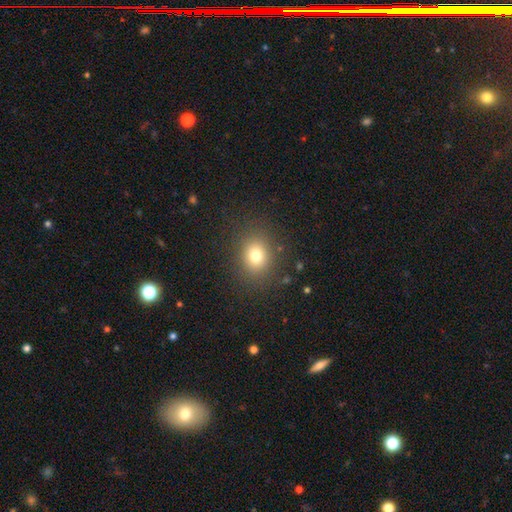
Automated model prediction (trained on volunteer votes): This is likely a smooth galaxy (77%). How rounded: likely round (63%). Merging: clearly none (86%).